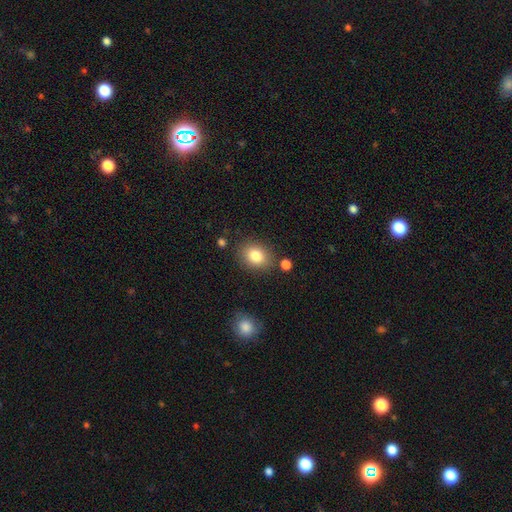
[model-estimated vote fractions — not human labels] smooth_or_featured: smooth (p=0.82) [alt: star or artifact p=0.09]
how_rounded: in between (p=0.54) [alt: round p=0.45]
merging: none (p=0.81) [alt: minor disturbance p=0.11]